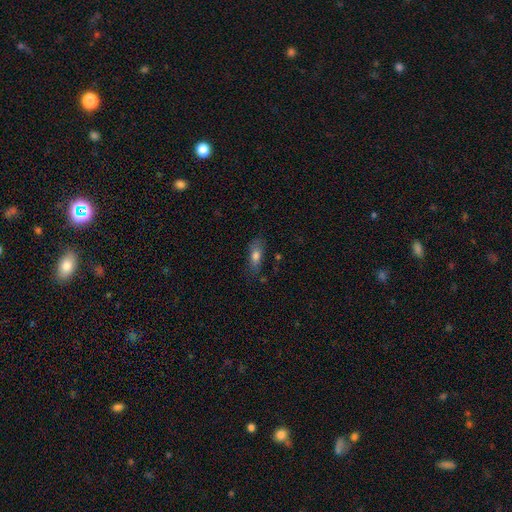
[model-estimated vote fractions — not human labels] Smooth or featured?
  - smooth: 75% *
  - featured or disk: 17%
  - star or artifact: 8%
How rounded?
  - in between: 69% *
  - cigar-shaped: 27%
  - round: 4%
Merging?
  - none: 71% *
  - minor disturbance: 21%
  - major disturbance: 6%
  - merger: 3%